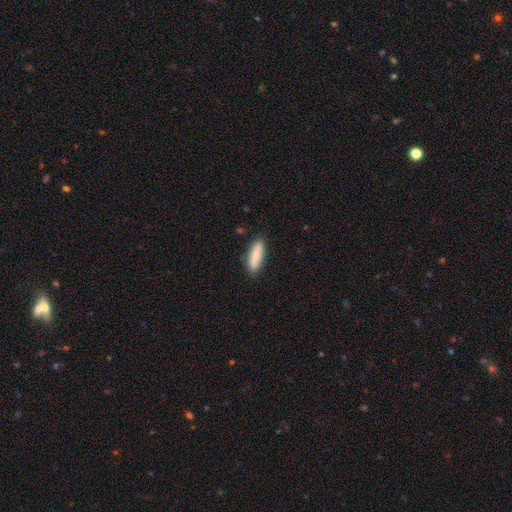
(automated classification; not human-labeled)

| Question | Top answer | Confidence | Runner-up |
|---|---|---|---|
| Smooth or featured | smooth | 86% | featured or disk (8%) |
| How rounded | cigar-shaped | 58% | in between (40%) |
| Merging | none | 88% | minor disturbance (9%) |